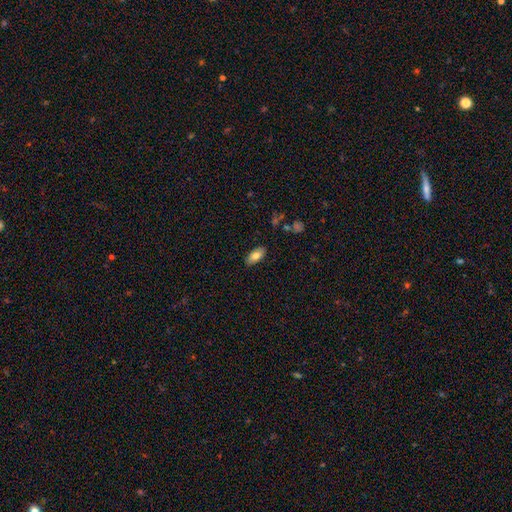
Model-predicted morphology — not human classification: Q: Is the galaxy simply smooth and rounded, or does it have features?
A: smooth — 77%.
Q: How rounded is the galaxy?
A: in between — 90%.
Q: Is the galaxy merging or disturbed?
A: none — 87%.